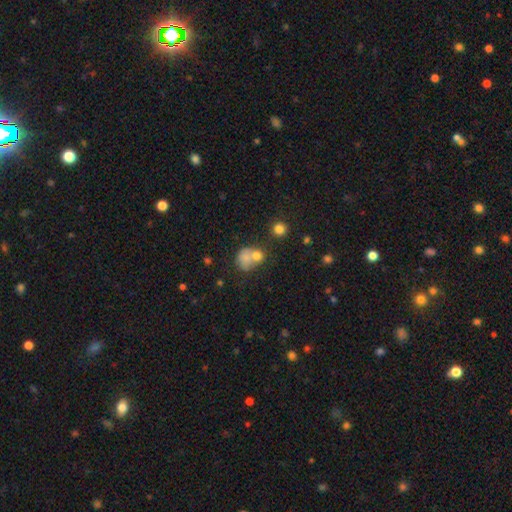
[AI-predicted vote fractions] smooth_or_featured: smooth (p=0.55) [alt: star or artifact p=0.29]
how_rounded: round (p=0.67) [alt: in between p=0.31]
merging: none (p=0.47) [alt: merger p=0.31]